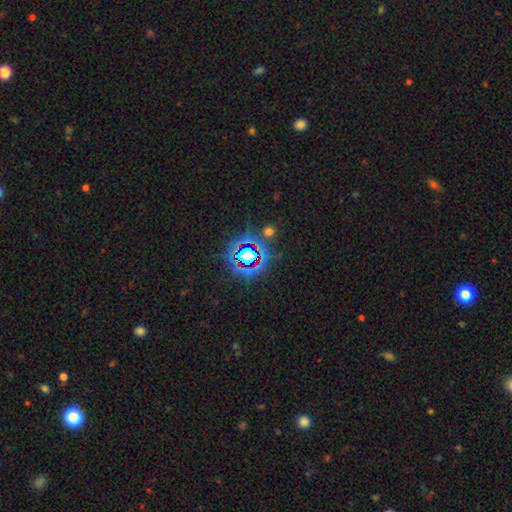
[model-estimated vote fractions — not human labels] A star or artifact, not a galaxy (77%).